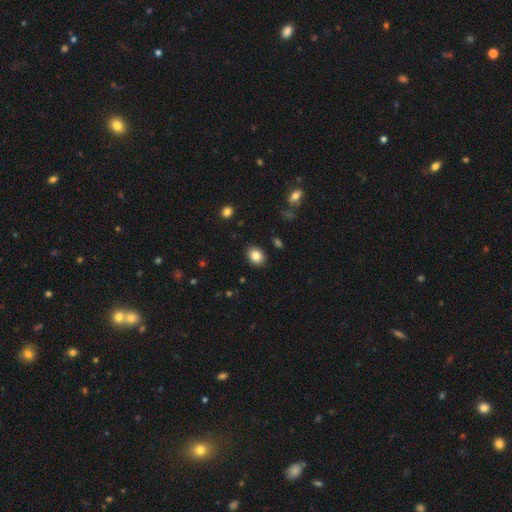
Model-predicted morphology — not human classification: This is clearly a smooth galaxy (84%). How rounded: possibly in between (55%). Merging: clearly none (89%).